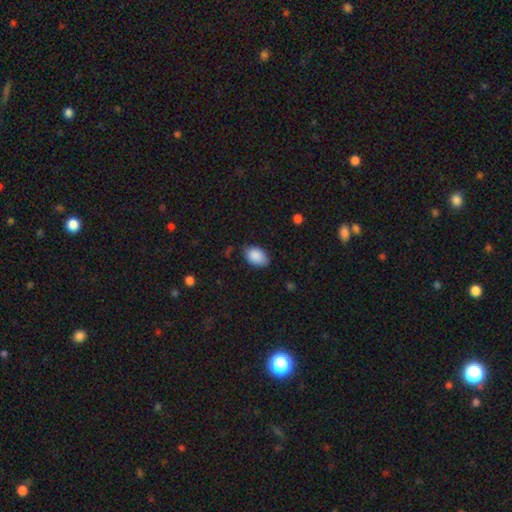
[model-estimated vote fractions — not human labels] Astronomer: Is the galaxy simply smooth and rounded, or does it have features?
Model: smooth — 89%.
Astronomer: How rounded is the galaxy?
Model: in between — 90%.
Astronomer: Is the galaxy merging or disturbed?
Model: none — 77%.